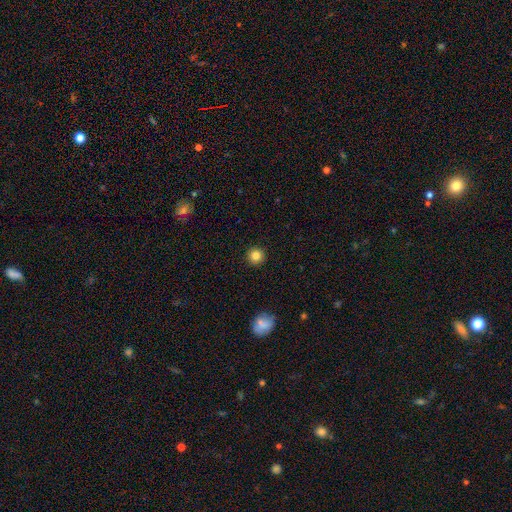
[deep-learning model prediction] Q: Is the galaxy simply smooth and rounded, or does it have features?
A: smooth — 83%.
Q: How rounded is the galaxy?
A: round — 95%.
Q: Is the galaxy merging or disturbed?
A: none — 92%.